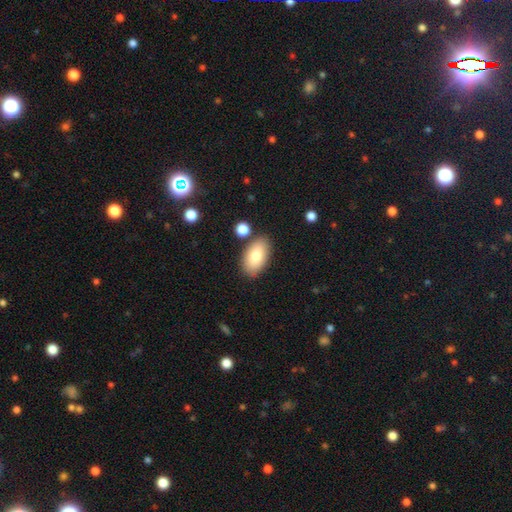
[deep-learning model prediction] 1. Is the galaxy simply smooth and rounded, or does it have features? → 81% smooth, 13% featured or disk, 7% star or artifact.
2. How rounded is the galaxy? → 94% in between, 4% round, 2% cigar-shaped.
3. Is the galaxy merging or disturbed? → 82% none, 10% minor disturbance, 5% merger, 3% major disturbance.